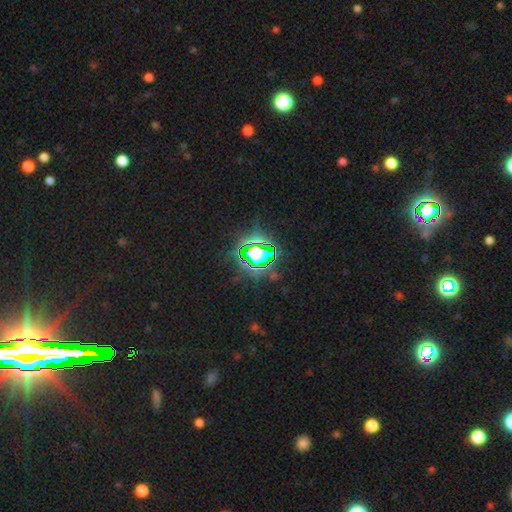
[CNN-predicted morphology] smooth_or_featured: star or artifact (p=0.75) [alt: smooth p=0.14]